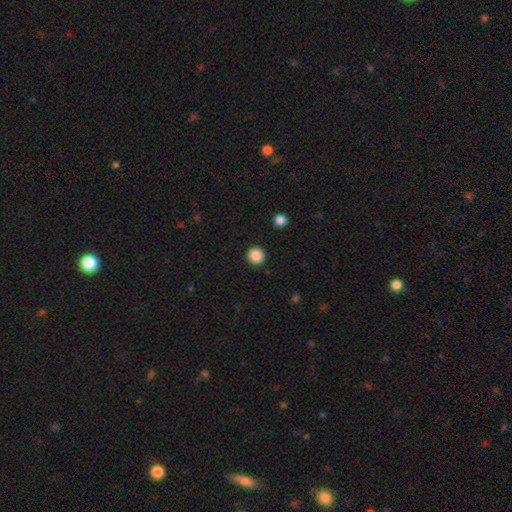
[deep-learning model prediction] A smooth galaxy with no disk features (88%) that is round (95%).

Vote fractions:
- Smooth or featured? smooth: 88% / star or artifact: 10% / featured or disk: 2%
- How rounded? round: 95% / in between: 4% / cigar-shaped: 1%
- Merging? none: 93% / minor disturbance: 5% / major disturbance: 2% / merger: 1%